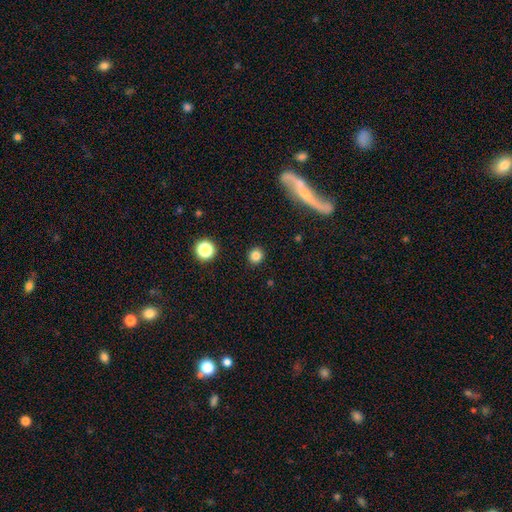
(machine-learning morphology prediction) Smooth or featured? Predicted: smooth (p=0.83). How rounded? Predicted: round (p=0.89). Merging? Predicted: none (p=0.91).